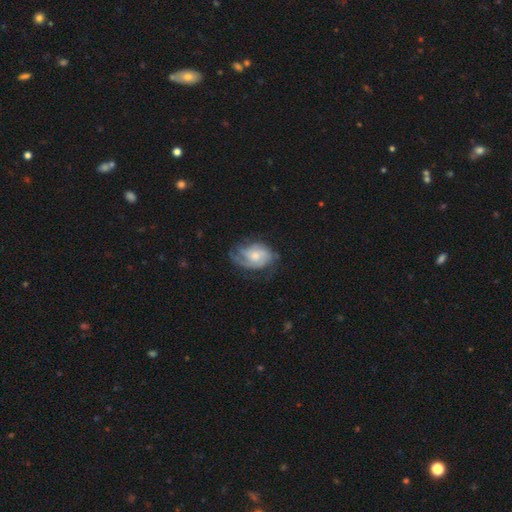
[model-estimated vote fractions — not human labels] The model was most divided on "spiral arm count": 2: 30%, can't tell: 28%, 3: 22%, 1: 11%, 4: 5%, more than 4: 4%. Remaining: edge-on disk — no (97%); spiral arms — yes (91%); smooth or featured — featured or disk (72%); bar — no (69%); merging — none (55%); bulge size — moderate (54%); spiral winding — tight (43%).